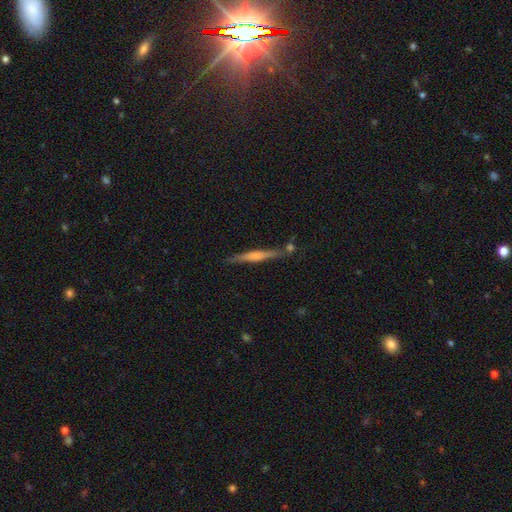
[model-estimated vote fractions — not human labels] A featured or disk galaxy (53%) viewed edge-on (96%) with a rounded central bulge (53%). Merging: none (79%).